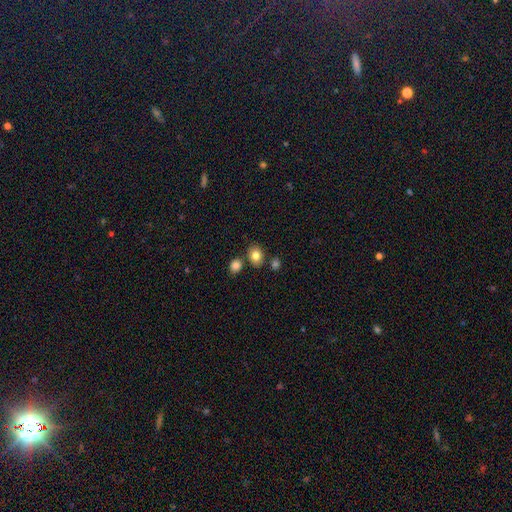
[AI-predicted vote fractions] Morphology: type=smooth (83%); roundness=in between (51%); merging=none (75%).